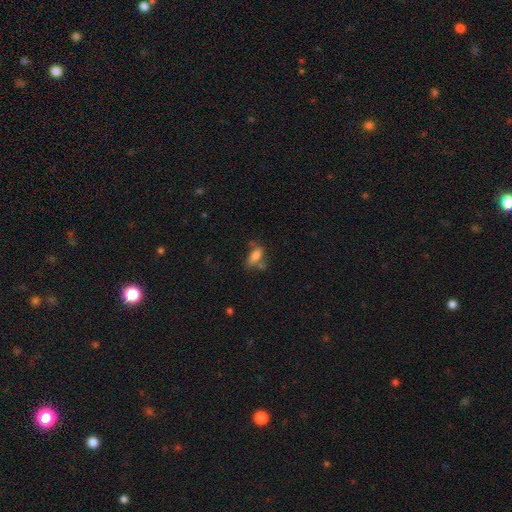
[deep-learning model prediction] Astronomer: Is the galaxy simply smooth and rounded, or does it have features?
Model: smooth — 69%.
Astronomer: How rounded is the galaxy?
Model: in between — 76%.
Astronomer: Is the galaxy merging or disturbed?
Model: none — 41% (runner-up: minor disturbance, 24%).